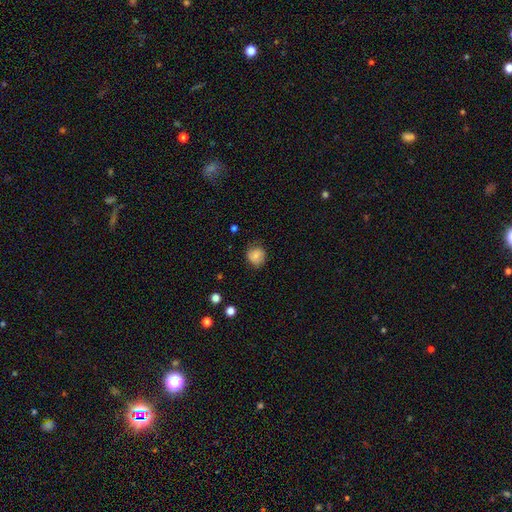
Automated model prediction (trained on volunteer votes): This is likely a smooth galaxy (79%). How rounded: clearly round (85%). Merging: likely none (76%).